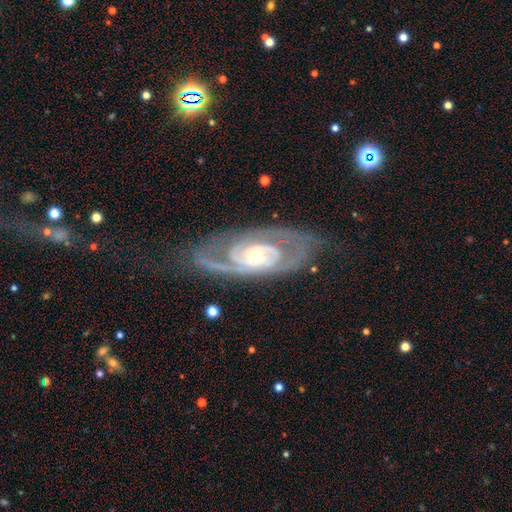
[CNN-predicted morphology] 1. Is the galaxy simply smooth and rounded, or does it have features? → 90% featured or disk, 5% smooth, 4% star or artifact.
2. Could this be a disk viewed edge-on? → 94% no, 6% yes.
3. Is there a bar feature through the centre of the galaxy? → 65% no, 25% weak, 10% strong.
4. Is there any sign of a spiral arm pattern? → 96% yes, 4% no.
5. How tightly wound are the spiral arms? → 60% tight, 32% medium, 8% loose.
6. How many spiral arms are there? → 63% 2, 13% can't tell, 12% 3, 5% 1, 3% 4, 3% more than 4.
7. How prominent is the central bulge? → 64% moderate, 29% small, 5% large, 1% dominant, 1% none.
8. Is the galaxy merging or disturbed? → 69% none, 18% minor disturbance, 11% major disturbance, 2% merger.